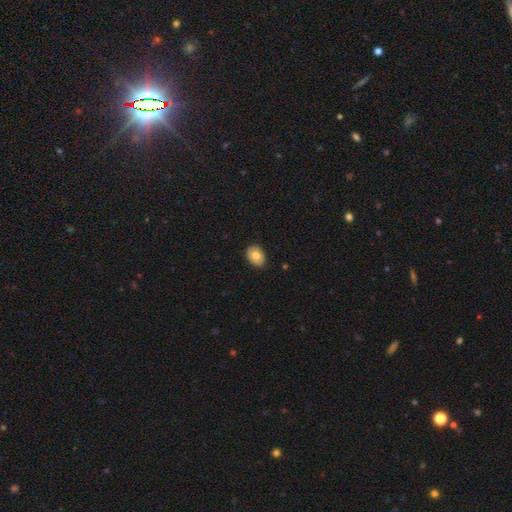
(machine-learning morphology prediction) type=smooth (81%); roundness=in between (75%); merging=none (88%).